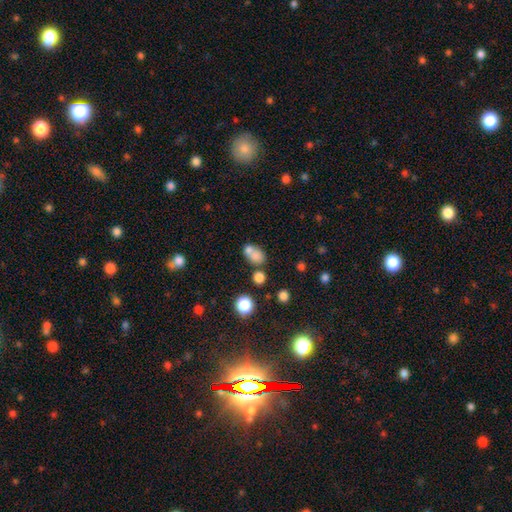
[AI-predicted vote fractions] Smooth or featured: smooth — 74% (featured or disk — 14%)
How rounded: in between — 61% (round — 37%)
Merging: merger — 50% (none — 34%)